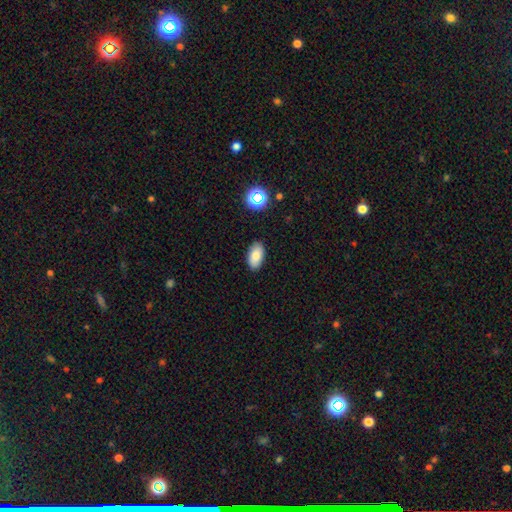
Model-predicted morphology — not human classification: Q: Smooth or featured?
A: smooth (81%); runner-up: featured or disk (10%)
Q: How rounded?
A: in between (94%); runner-up: round (4%)
Q: Merging?
A: none (88%); runner-up: minor disturbance (8%)